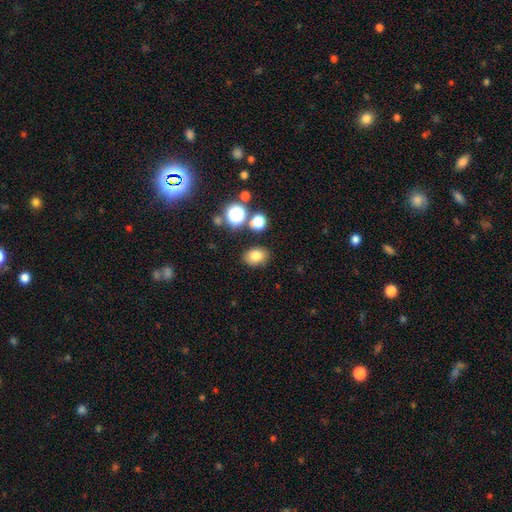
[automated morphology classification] Overall: smooth (79%). How rounded: in between (69%; round 30%). Merging: none (82%).